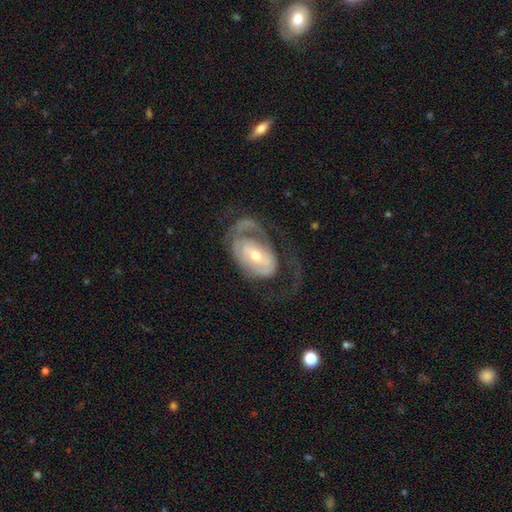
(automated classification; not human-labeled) featured or disk 75%, smooth 20%, star or artifact 5%. Down the decision tree: edge-on disk — no (95%); bar — no (47%); spiral arms — yes (73%); spiral arm count — 1 (38%); spiral winding — tight (36%); bulge size — moderate (57%); merging — major disturbance (45%).